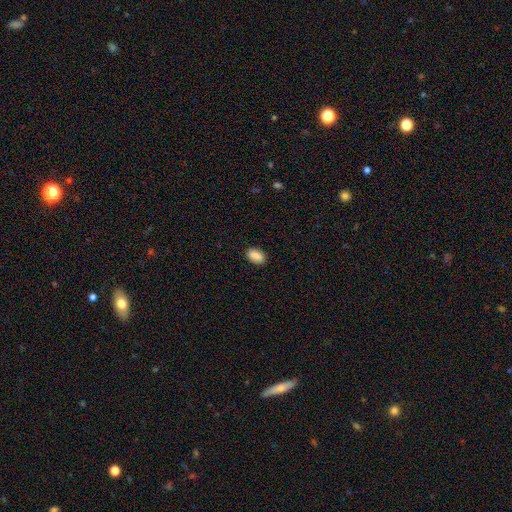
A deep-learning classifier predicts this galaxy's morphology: Smooth or featured: smooth — 88% (star or artifact — 7%)
How rounded: in between — 89% (round — 9%)
Merging: none — 88% (minor disturbance — 9%)